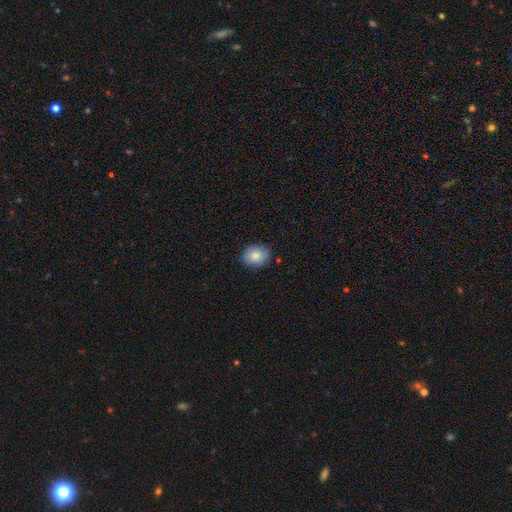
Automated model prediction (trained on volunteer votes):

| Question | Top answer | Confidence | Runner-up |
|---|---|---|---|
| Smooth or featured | smooth | 85% | star or artifact (8%) |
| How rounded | round | 54% | in between (45%) |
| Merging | none | 87% | minor disturbance (10%) |